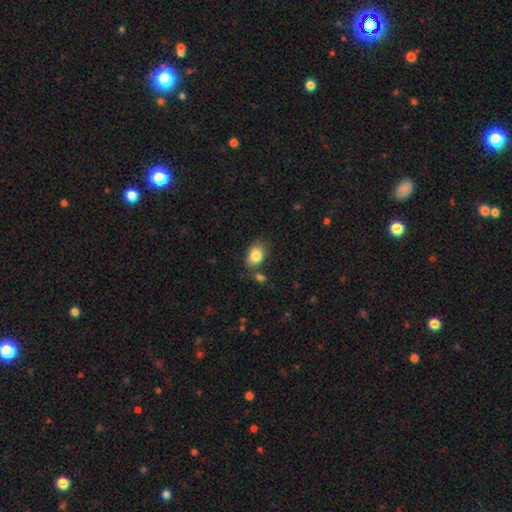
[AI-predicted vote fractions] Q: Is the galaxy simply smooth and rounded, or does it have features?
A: smooth — 84%.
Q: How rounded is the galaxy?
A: in between — 76%.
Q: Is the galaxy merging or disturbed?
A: none — 71%.